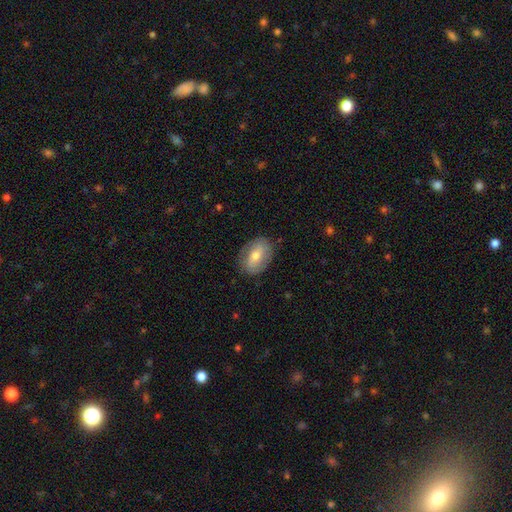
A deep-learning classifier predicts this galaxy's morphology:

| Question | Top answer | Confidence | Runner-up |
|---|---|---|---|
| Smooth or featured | smooth | 56% | featured or disk (36%) |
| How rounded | in between | 79% | round (19%) |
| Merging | none | 82% | minor disturbance (13%) |